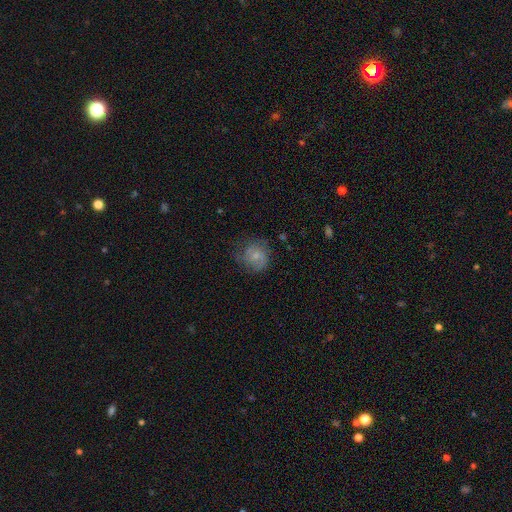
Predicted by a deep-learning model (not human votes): This is possibly a smooth galaxy (55%). How rounded: clearly round (81%). Merging: possibly none (57%).